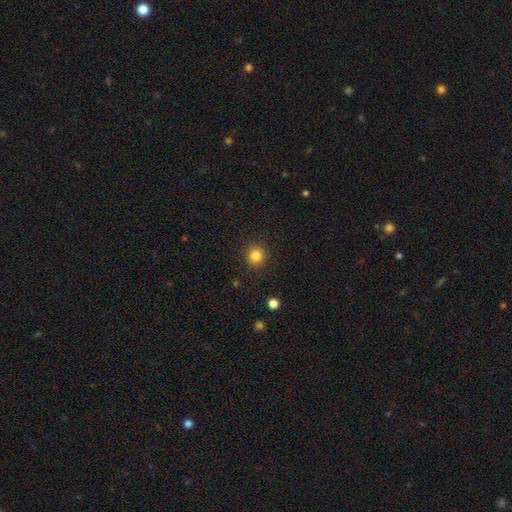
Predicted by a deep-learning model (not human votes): A smooth galaxy with no disk features (83%) that is round (92%).

Vote fractions:
- Smooth or featured? smooth: 83% / star or artifact: 12% / featured or disk: 5%
- How rounded? round: 92% / in between: 7% / cigar-shaped: 1%
- Merging? none: 91% / minor disturbance: 6% / major disturbance: 2% / merger: 1%